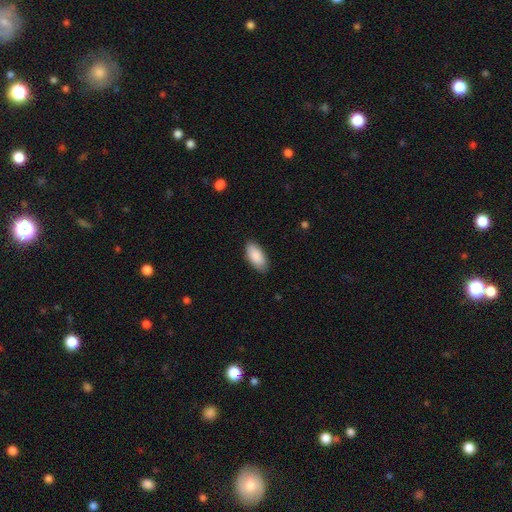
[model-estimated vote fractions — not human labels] Overall: smooth (90%). How rounded: in between (92%). Merging: none (86%).